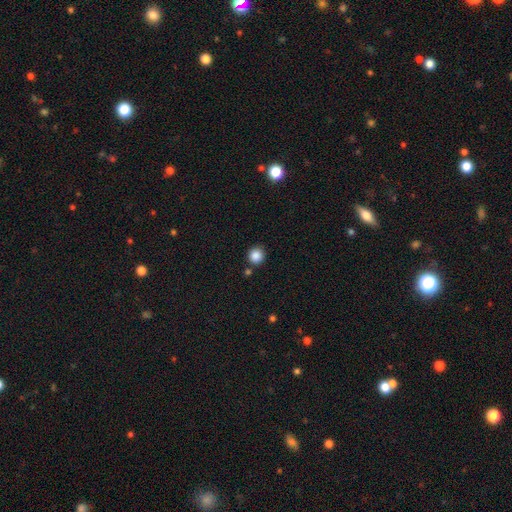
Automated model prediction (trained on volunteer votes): Overall: smooth (87%). How rounded: round (94%). Merging: none (84%).